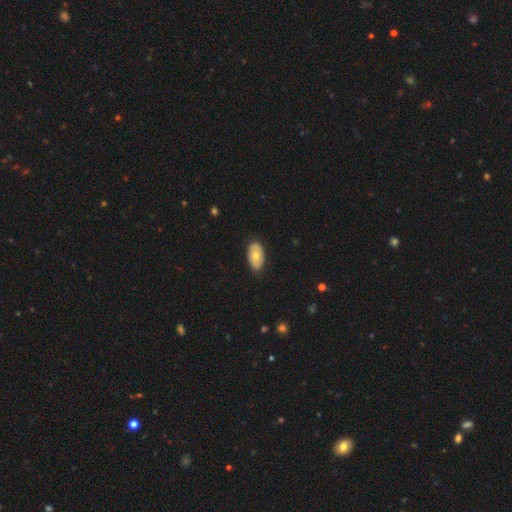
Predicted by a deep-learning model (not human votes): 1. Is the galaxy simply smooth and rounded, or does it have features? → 58% smooth, 36% featured or disk, 6% star or artifact.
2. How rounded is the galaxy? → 93% in between, 6% round, 2% cigar-shaped.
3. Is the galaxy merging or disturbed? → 82% none, 15% minor disturbance, 3% major disturbance, 1% merger.